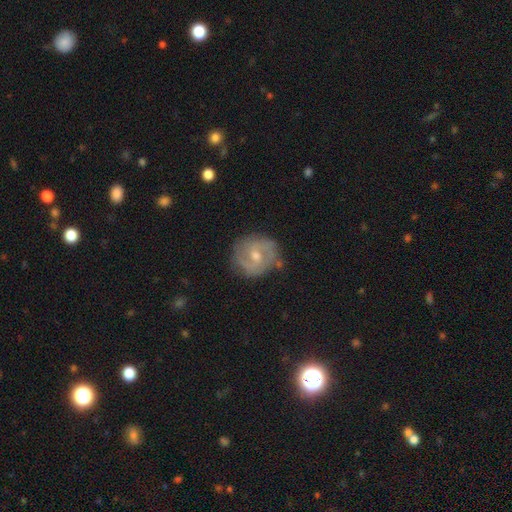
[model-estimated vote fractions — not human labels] Overall: featured or disk (74%). Edge-on disk: no (97%). Bar: weak (48%; no 43%). Spiral arms: yes (87%). Spiral arm count: 2 (71%). Spiral winding: medium (44%; tight 42%). Bulge size: moderate (67%; small 27%). Merging: none (77%).